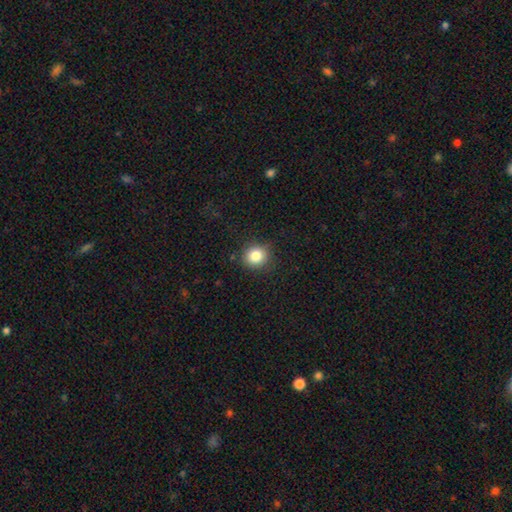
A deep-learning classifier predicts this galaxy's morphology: Q: Smooth or featured?
A: smooth (83%); runner-up: star or artifact (11%)
Q: How rounded?
A: round (87%); runner-up: in between (12%)
Q: Merging?
A: none (87%); runner-up: minor disturbance (9%)